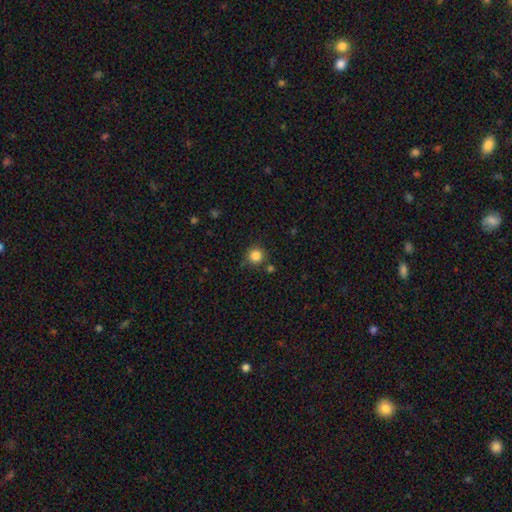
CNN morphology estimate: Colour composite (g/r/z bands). It shows a smooth galaxy with no disk features (84%) that is round (94%). Merging: none (84%).